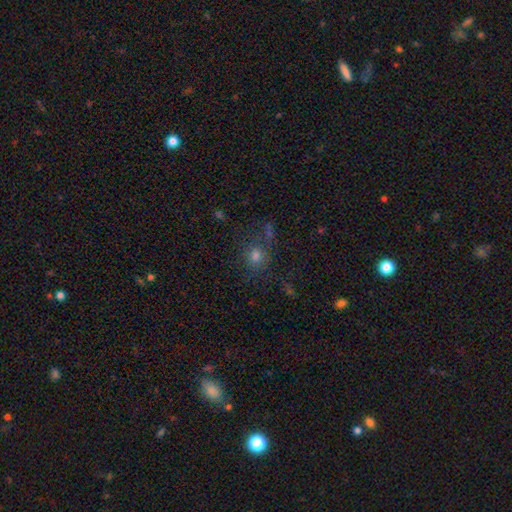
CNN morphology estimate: This is likely a smooth galaxy (67%). How rounded: clearly round (81%). Merging: likely none (73%).